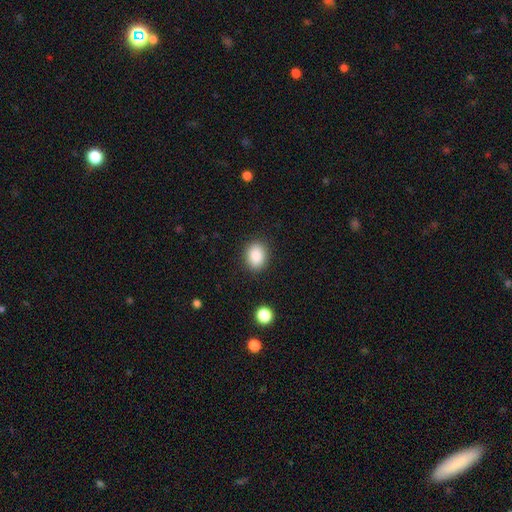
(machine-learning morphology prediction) smooth 87%, star or artifact 8%, featured or disk 5%. Down the decision tree: how rounded — in between (53%); merging — none (88%).